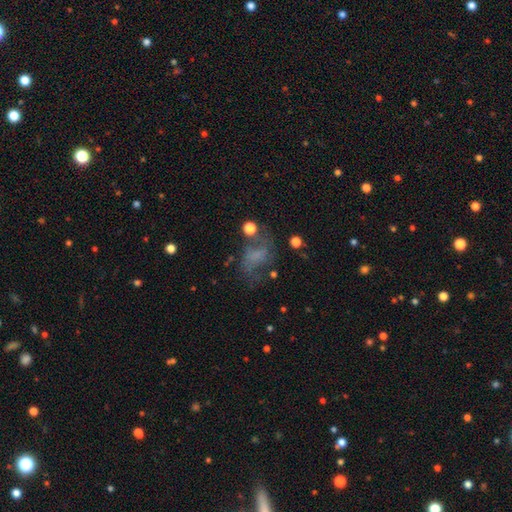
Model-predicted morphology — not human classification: Smooth or featured: featured or disk — 42% (smooth — 37%)
Merging: none — 45% (major disturbance — 28%)